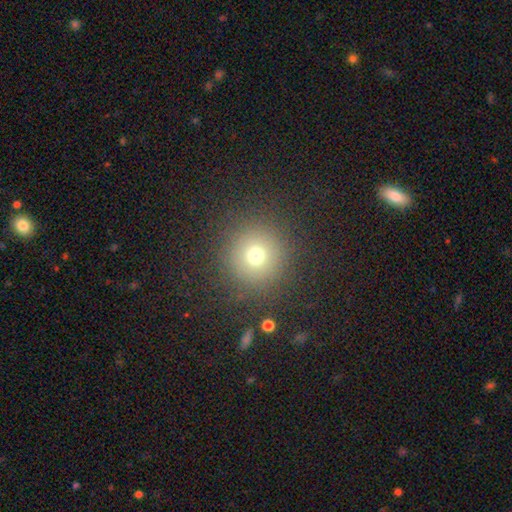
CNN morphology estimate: Smooth or featured? Predicted: smooth (p=0.72). How rounded? Predicted: round (p=0.95). Merging? Predicted: none (p=0.88).